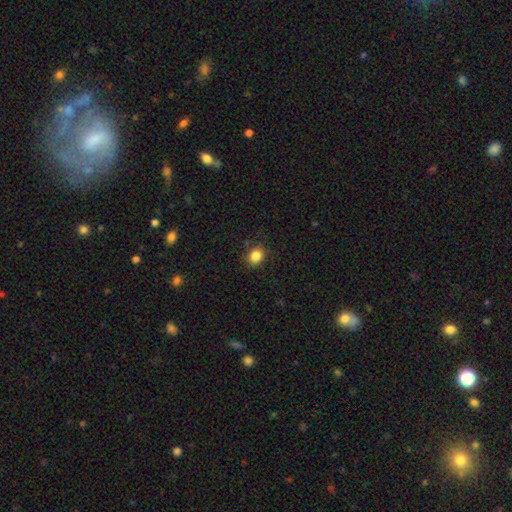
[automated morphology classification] smooth 85%, star or artifact 11%, featured or disk 4%. Down the decision tree: how rounded — round (67%); merging — none (85%).